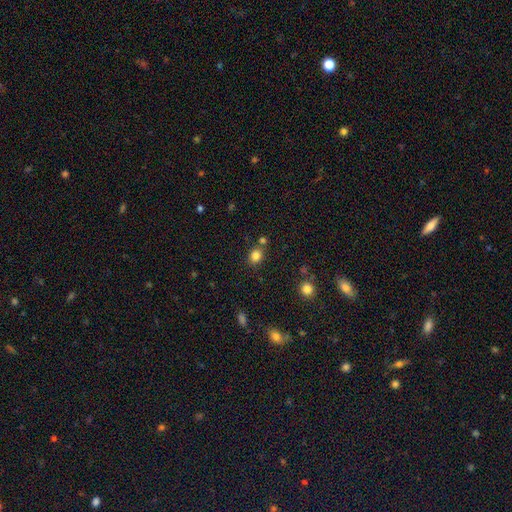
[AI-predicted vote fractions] Morphology: type=smooth (82%); roundness=round (66%); merging=none (73%).